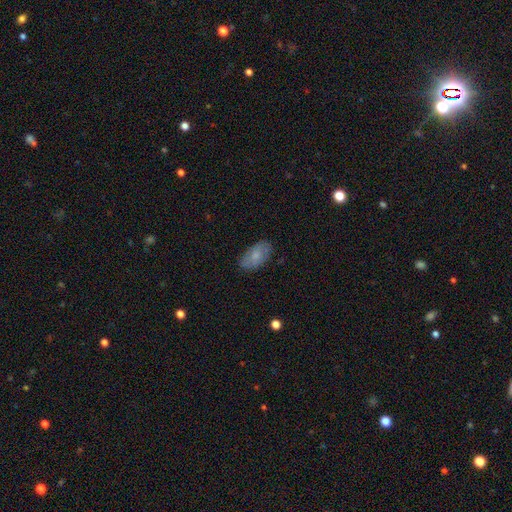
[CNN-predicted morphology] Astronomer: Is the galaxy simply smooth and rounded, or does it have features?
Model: smooth — 72%.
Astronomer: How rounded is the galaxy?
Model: in between — 94%.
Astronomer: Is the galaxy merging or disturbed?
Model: none — 80%.